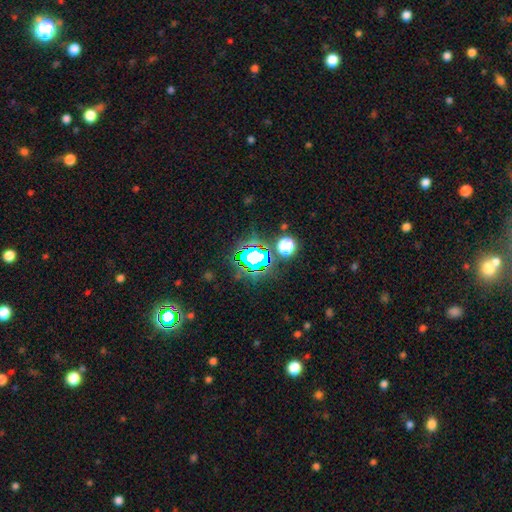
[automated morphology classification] Smooth or featured: star or artifact — 80% (smooth — 12%)